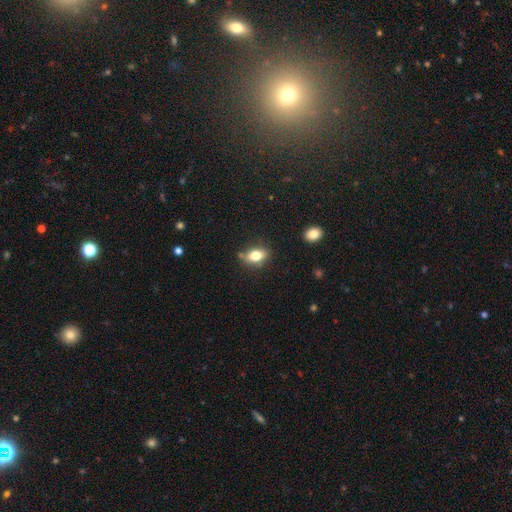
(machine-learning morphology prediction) Smooth or featured? Predicted: smooth (p=0.76). How rounded? Predicted: in between (p=0.81). Merging? Predicted: none (p=0.72).